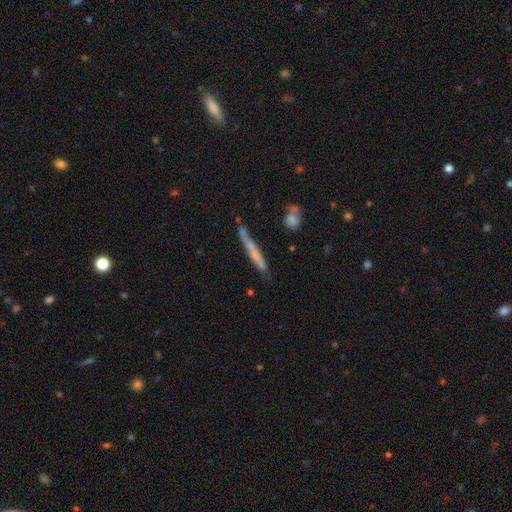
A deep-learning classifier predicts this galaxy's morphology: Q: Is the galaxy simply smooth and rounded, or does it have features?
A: smooth — 49%.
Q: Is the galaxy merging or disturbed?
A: none — 72%.